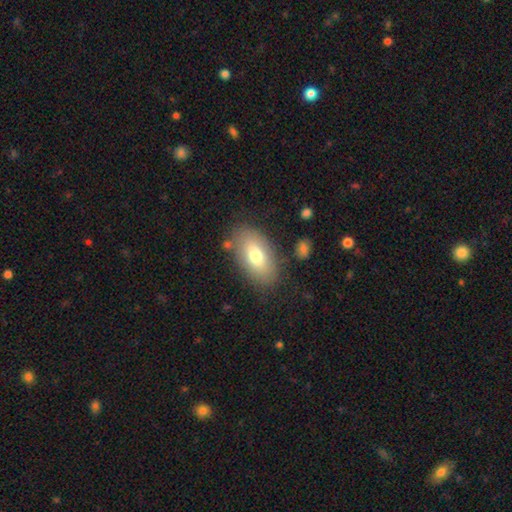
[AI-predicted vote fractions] smooth_or_featured: smooth (p=0.72) [alt: featured or disk p=0.21]
how_rounded: in between (p=0.92) [alt: round p=0.05]
merging: none (p=0.79) [alt: minor disturbance p=0.13]